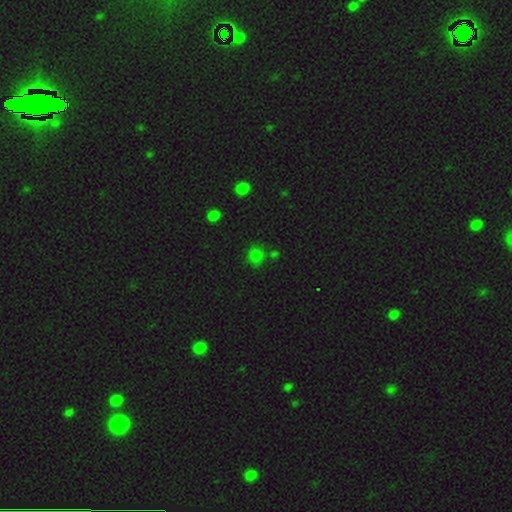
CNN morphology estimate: The model was most divided on "smooth or featured": smooth: 73%, star or artifact: 22%, featured or disk: 5%. More confident: how rounded — round (85%); merging — none (73%).